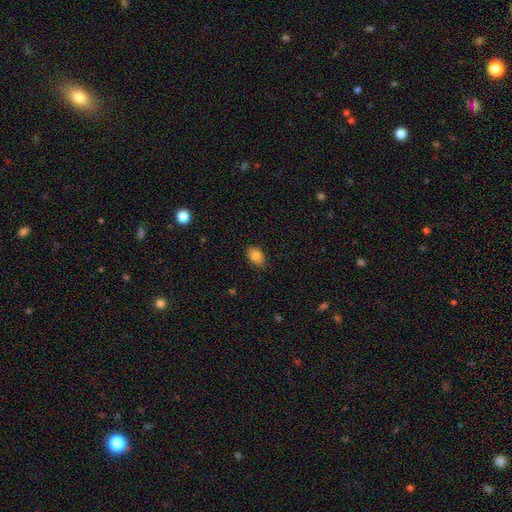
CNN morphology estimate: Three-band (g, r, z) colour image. It shows a smooth galaxy with no disk features (83%) that is in between round and cigar-shaped (84%). Merging: none (82%).